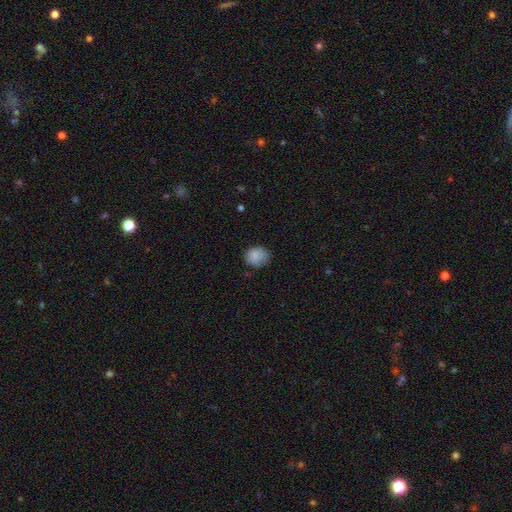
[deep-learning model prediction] Smooth or featured? smooth (86%)
How rounded? round (71%)
Merging? none (77%)